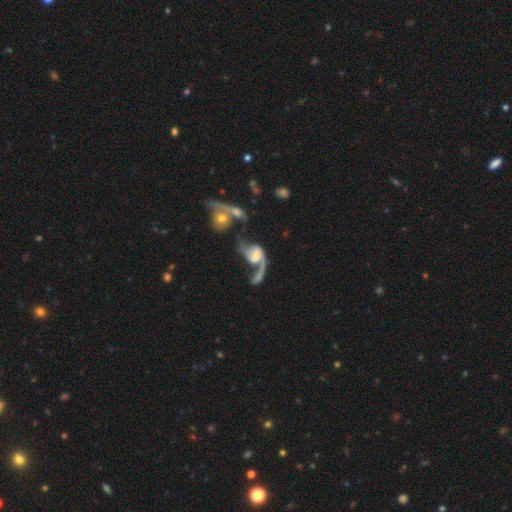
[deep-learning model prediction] This is clearly a featured or disk galaxy (83%). It is clearly not viewed edge-on (97%). Bar: marginally no (42%, tied with weak). Spiral arm pattern: clearly yes (92%). Spiral arm count: likely 2 (65%). Spiral winding: likely loose (68%). Central bulge: marginally moderate (38%). Merging: marginally merger (36%).